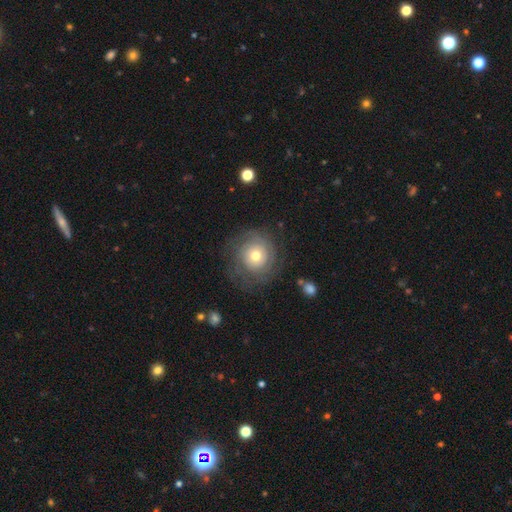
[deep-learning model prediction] featured or disk 56%, smooth 35%, star or artifact 9%. Down the decision tree: edge-on disk — no (97%); bar — no (87%); spiral arms — yes (76%); bulge size — moderate (64%); merging — none (72%).